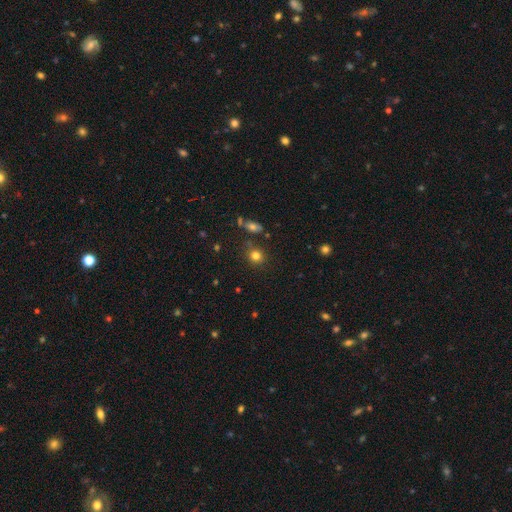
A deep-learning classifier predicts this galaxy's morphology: Smooth or featured? Predicted: smooth (p=0.79). How rounded? Predicted: round (p=0.81). Merging? Predicted: none (p=0.80).